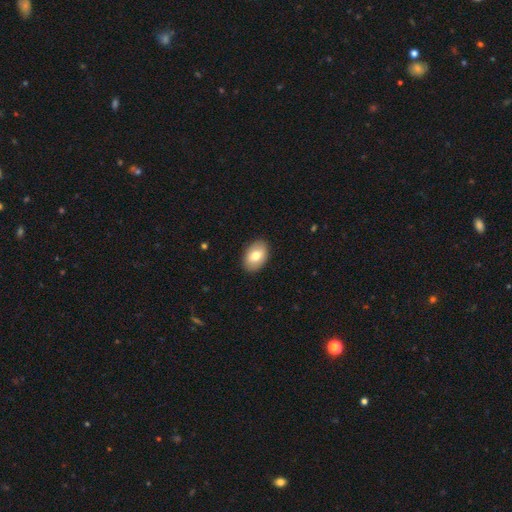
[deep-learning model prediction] The model was most divided on "smooth or featured": smooth: 76%, featured or disk: 18%, star or artifact: 7%. More confident: merging — none (89%); how rounded — in between (86%).